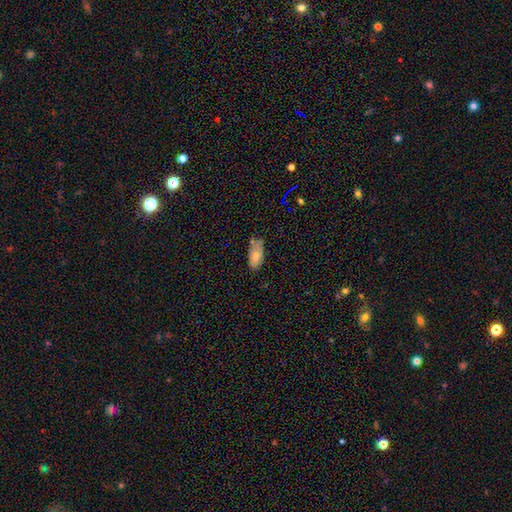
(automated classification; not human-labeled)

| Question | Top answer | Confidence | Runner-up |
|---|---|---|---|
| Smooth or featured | smooth | 71% | featured or disk (20%) |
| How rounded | in between | 91% | cigar-shaped (6%) |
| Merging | none | 58% | minor disturbance (31%) |